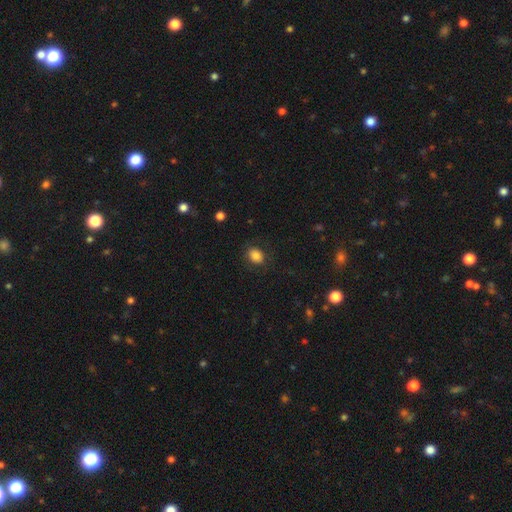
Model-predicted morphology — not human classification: Smooth or featured: smooth — 83% (star or artifact — 10%)
How rounded: round — 52% (in between — 47%)
Merging: none — 81% (minor disturbance — 12%)